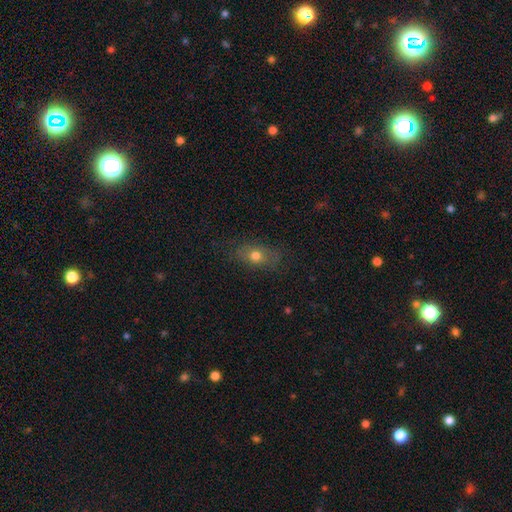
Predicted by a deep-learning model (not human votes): A smooth galaxy with no disk features (68%) that is in between round and cigar-shaped (72%).

Vote fractions:
- Smooth or featured? smooth: 68% / featured or disk: 22% / star or artifact: 11%
- How rounded? in between: 72% / round: 21% / cigar-shaped: 6%
- Merging? none: 75% / minor disturbance: 17% / major disturbance: 6% / merger: 1%